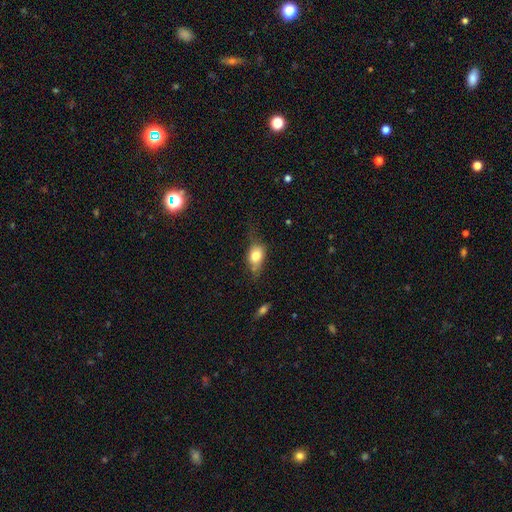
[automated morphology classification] Smooth or featured?
  - smooth: 74% *
  - featured or disk: 17%
  - star or artifact: 8%
How rounded?
  - in between: 72% *
  - round: 24%
  - cigar-shaped: 4%
Merging?
  - none: 46% *
  - minor disturbance: 33%
  - major disturbance: 17%
  - merger: 4%